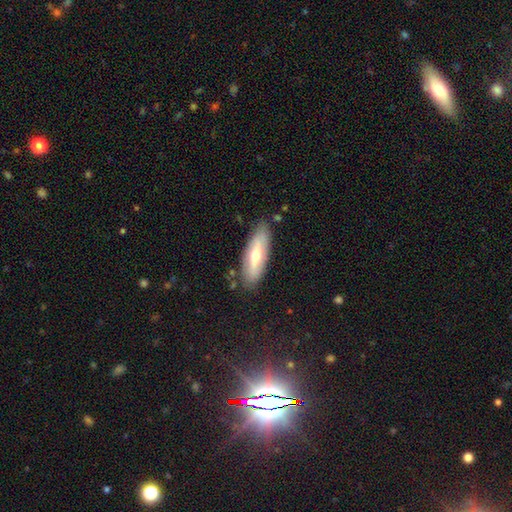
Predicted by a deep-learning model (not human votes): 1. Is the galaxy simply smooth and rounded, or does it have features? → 47% smooth (tied), 47% featured or disk (tied), 6% star or artifact.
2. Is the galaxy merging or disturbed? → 82% none, 13% minor disturbance, 3% major disturbance, 2% merger.